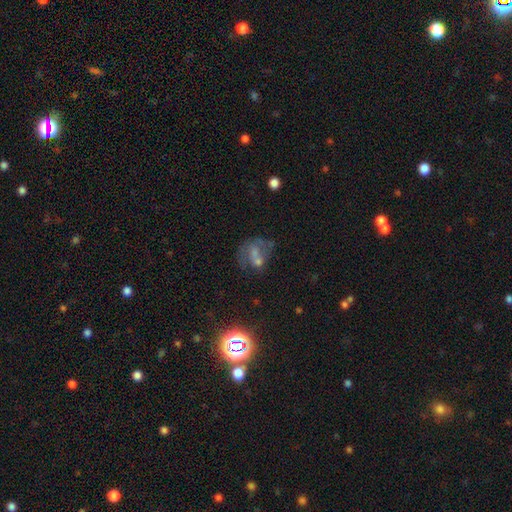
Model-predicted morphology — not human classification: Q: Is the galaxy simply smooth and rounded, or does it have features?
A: smooth — 40%, tied with featured or disk.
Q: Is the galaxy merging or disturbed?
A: none — 31%.